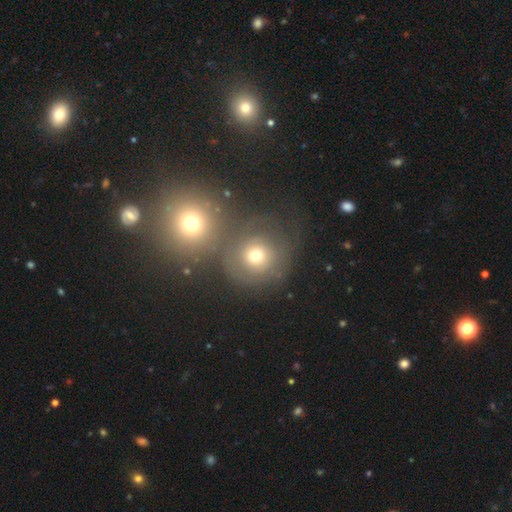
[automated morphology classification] Q: Smooth or featured?
A: smooth (63%); runner-up: featured or disk (24%)
Q: How rounded?
A: round (86%); runner-up: in between (13%)
Q: Merging?
A: merger (43%); runner-up: none (41%)